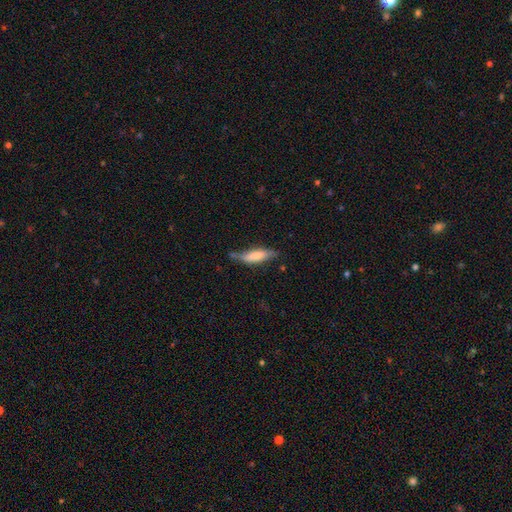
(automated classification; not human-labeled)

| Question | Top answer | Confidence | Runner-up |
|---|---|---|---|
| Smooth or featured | smooth | 65% | featured or disk (29%) |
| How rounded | cigar-shaped | 62% | in between (37%) |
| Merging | none | 51% | minor disturbance (34%) |